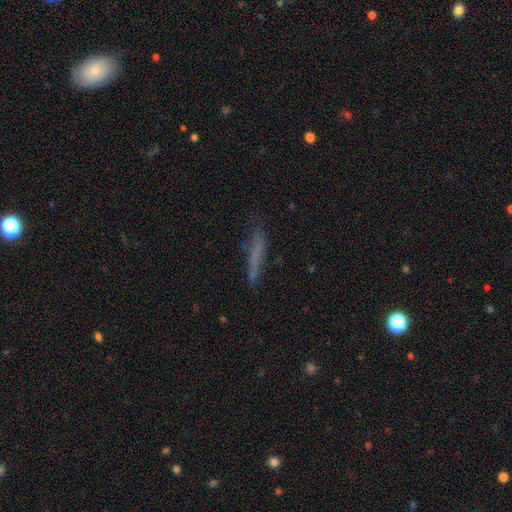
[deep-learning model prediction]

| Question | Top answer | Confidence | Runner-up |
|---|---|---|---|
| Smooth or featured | smooth | 54% | featured or disk (33%) |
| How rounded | cigar-shaped | 88% | in between (9%) |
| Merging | none | 65% | minor disturbance (23%) |